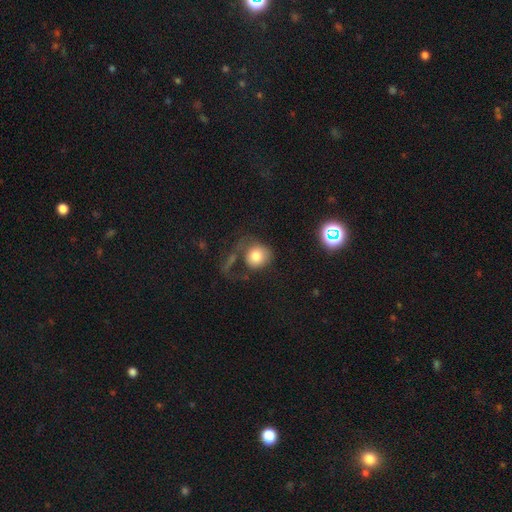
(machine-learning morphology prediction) smooth 76%, featured or disk 15%, star or artifact 9%. Down the decision tree: how rounded — round (78%); merging — major disturbance (35%, tied with none).